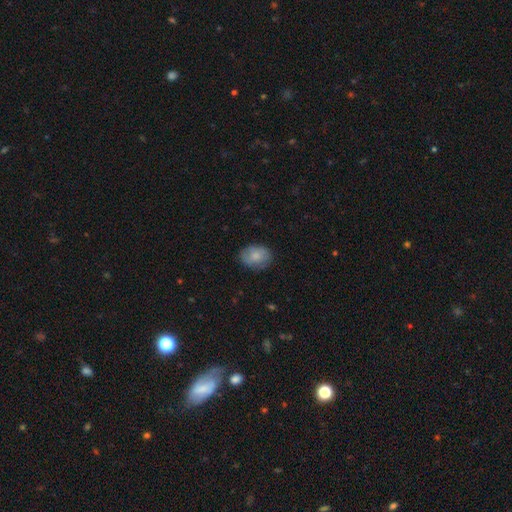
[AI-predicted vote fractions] Smooth or featured? Predicted: smooth (p=0.78). How rounded? Predicted: in between (p=0.69). Merging? Predicted: none (p=0.78).